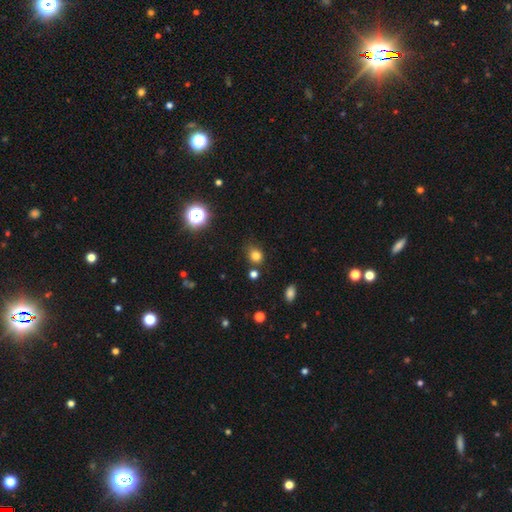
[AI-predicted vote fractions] The model was most divided on "how rounded": round: 72%, in between: 27%, cigar-shaped: 1%. More confident: smooth or featured — smooth (78%); merging — none (73%).